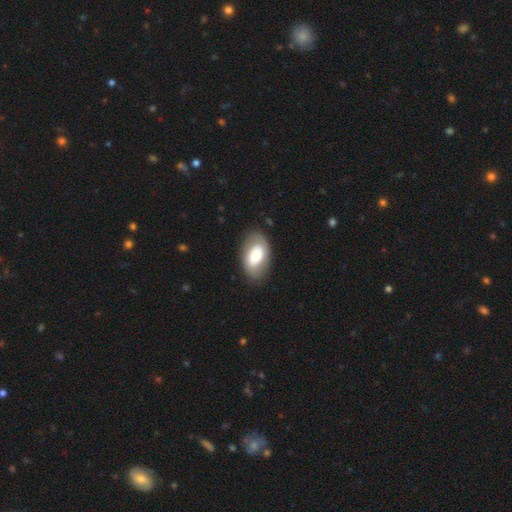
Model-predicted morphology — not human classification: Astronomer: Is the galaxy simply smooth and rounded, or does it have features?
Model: smooth — 60%.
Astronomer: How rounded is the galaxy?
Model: in between — 91%.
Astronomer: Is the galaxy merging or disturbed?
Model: none — 78%.